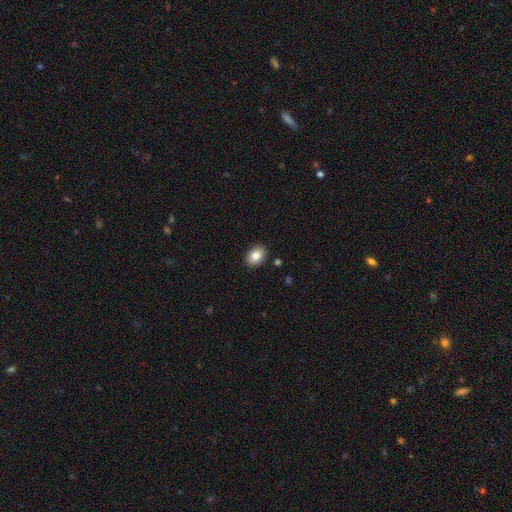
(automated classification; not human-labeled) This is clearly a smooth galaxy (84%). How rounded: likely in between (77%). Merging: clearly none (89%).